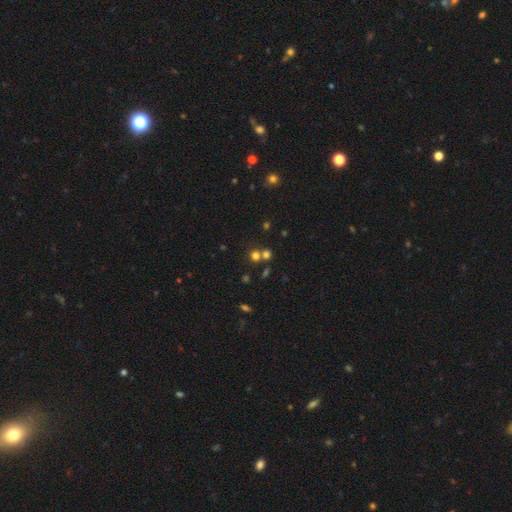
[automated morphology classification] Overall: smooth (66%). How rounded: round (85%). Merging: none (57%; merger 32%).